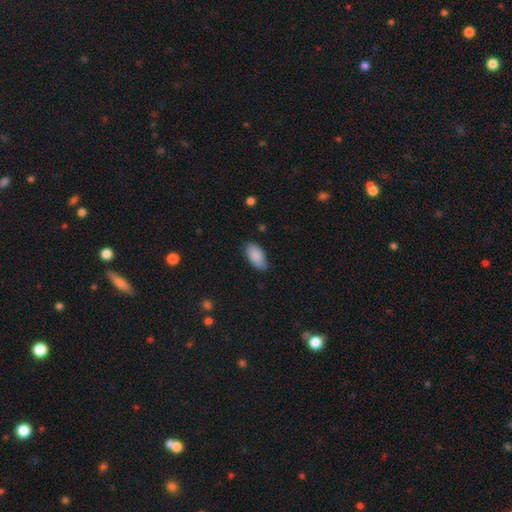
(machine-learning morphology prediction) Smooth or featured? smooth (89%)
How rounded? in between (94%)
Merging? none (81%)